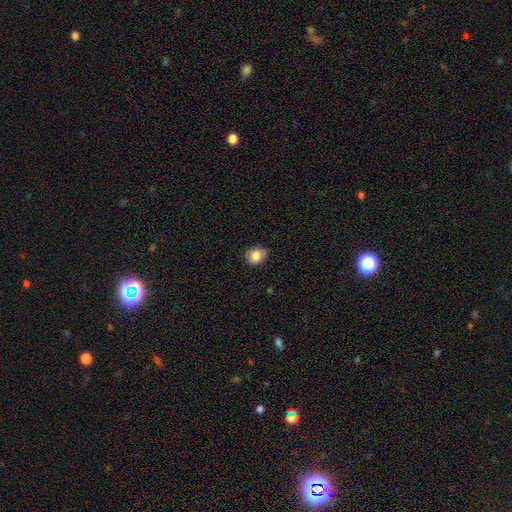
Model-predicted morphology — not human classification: Smooth or featured: smooth — 85% (star or artifact — 9%)
How rounded: round — 70% (in between — 30%)
Merging: none — 81% (minor disturbance — 15%)